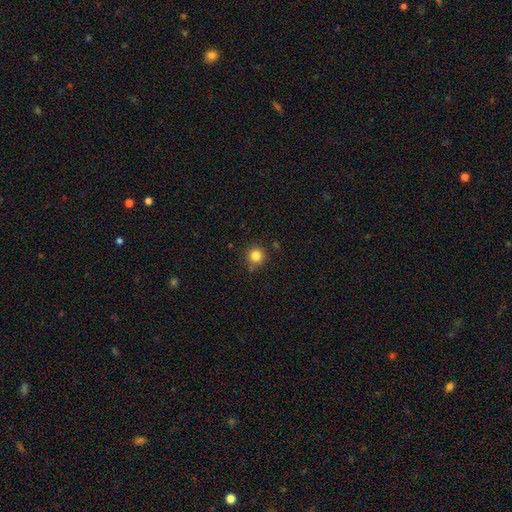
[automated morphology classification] The model was most divided on "merging": none: 82%, minor disturbance: 11%, merger: 4%, major disturbance: 3%. More confident: how rounded — round (94%); smooth or featured — smooth (83%).